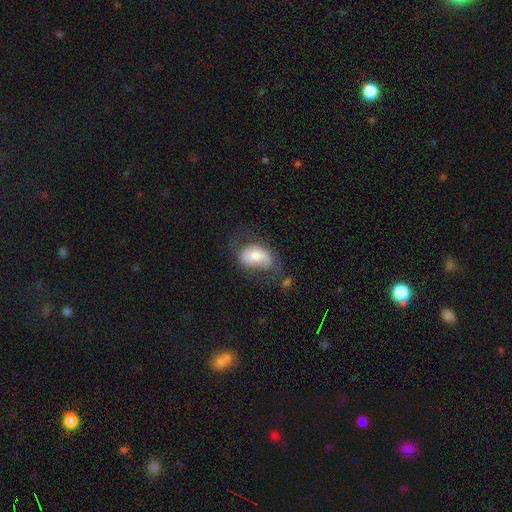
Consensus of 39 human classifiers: smooth-or-featured: smooth: 59% | featured or disk: 33% | star or artifact: 8%
  how-rounded: in between: 83% | round: 17% | cigar-shaped: 0%
  merging: none: 53% | minor disturbance: 28% | major disturbance: 17% | merger: 3%